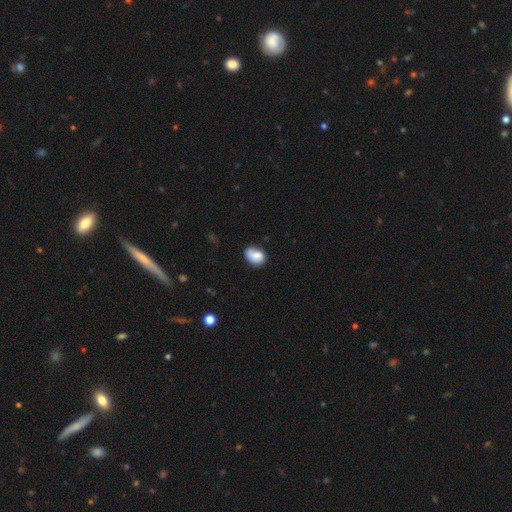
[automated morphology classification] This appears to be a smooth galaxy with no disk features (77%) that is in between round and cigar-shaped (65%). Merging: none (54%).